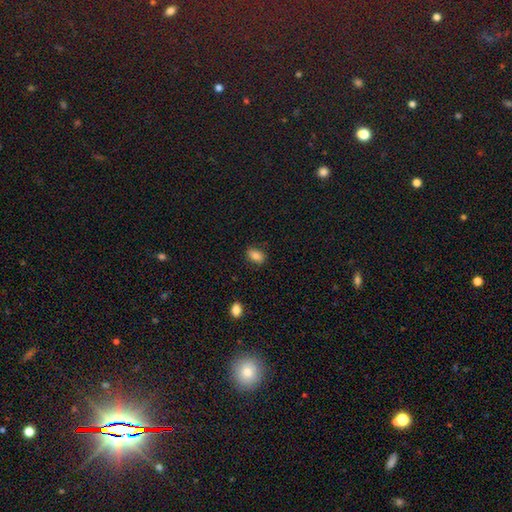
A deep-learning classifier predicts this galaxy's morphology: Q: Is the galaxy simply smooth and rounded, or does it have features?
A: smooth — 85%.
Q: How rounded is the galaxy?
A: in between — 84%.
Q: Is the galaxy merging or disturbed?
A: none — 84%.